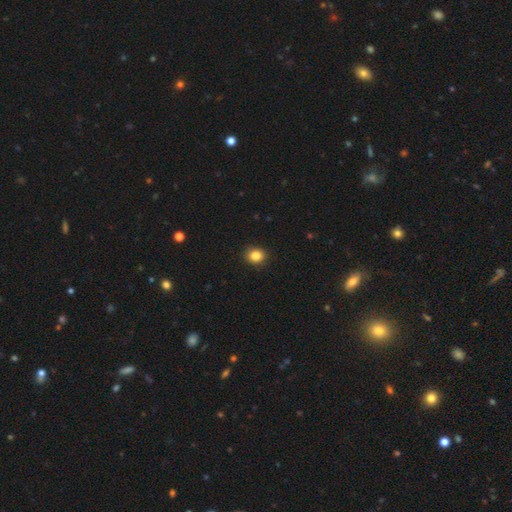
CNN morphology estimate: This is clearly a smooth galaxy (85%). How rounded: likely round (69%). Merging: clearly none (90%).